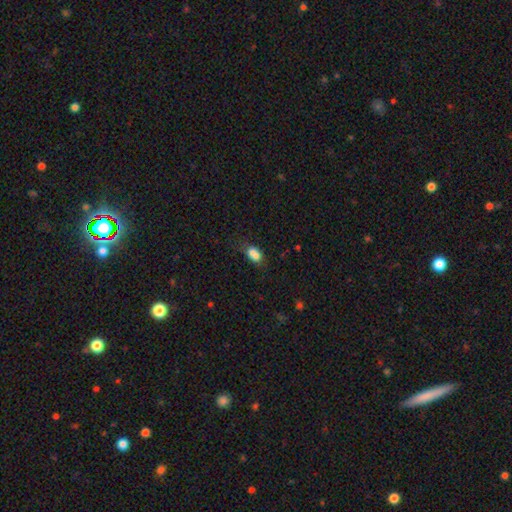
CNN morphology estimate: A smooth galaxy with no disk features (76%) that is in between round and cigar-shaped (73%).

Vote fractions:
- Smooth or featured? smooth: 76% / star or artifact: 12% / featured or disk: 12%
- How rounded? in between: 73% / round: 24% / cigar-shaped: 3%
- Merging? merger: 38% / none: 36% / minor disturbance: 18% / major disturbance: 8%